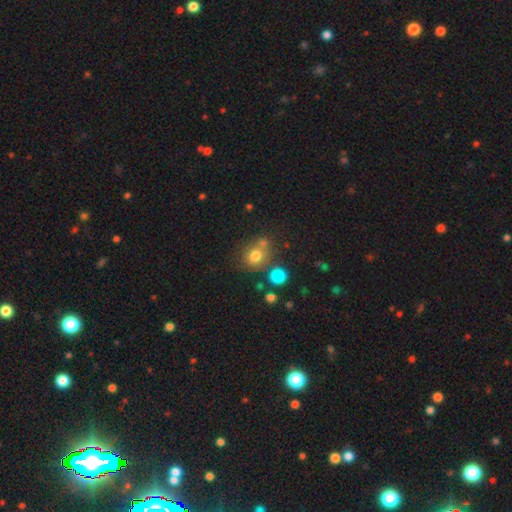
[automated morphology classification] Smooth or featured? smooth (75%)
How rounded? round (72%)
Merging? none (57%)